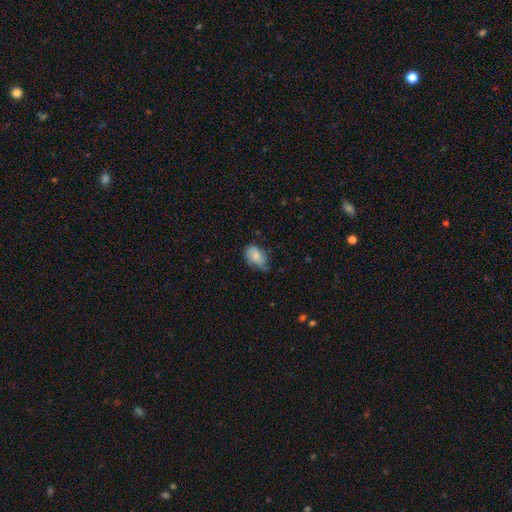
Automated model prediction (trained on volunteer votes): The model was most divided on "merging": none: 47%, minor disturbance: 39%, major disturbance: 12%, merger: 2%. More confident: how rounded — in between (87%); smooth or featured — smooth (71%).